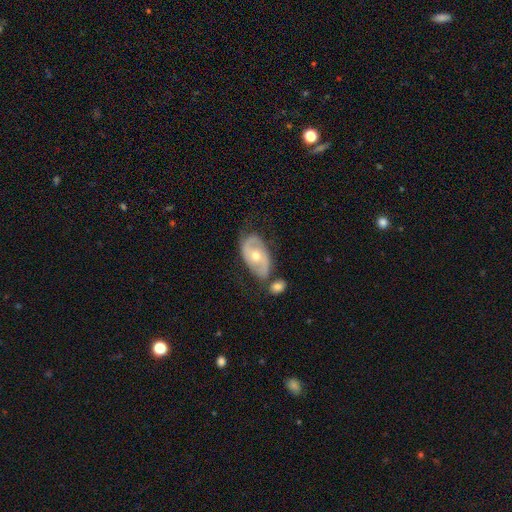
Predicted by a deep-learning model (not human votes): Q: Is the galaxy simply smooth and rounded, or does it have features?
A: featured or disk — 70%.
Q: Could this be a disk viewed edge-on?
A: no — 93%.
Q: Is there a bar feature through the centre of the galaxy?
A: no — 62%.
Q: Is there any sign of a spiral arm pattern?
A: yes — 74%.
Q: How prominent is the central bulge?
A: moderate — 69%.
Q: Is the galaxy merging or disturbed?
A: none — 58%.